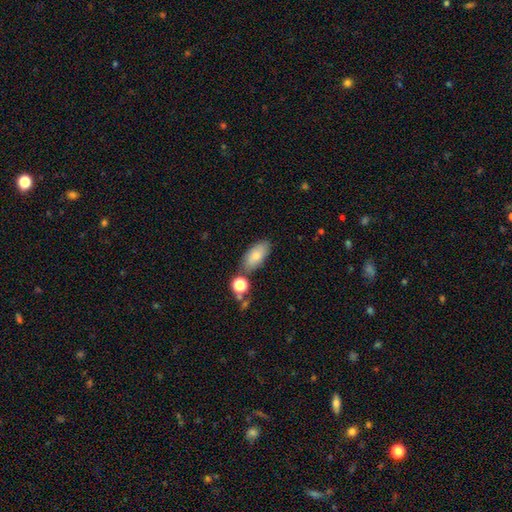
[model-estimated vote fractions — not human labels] smooth-or-featured: smooth: 79% | featured or disk: 13% | star or artifact: 8%
  how-rounded: in between: 89% | cigar-shaped: 7% | round: 4%
  merging: none: 72% | minor disturbance: 14% | merger: 9% | major disturbance: 4%